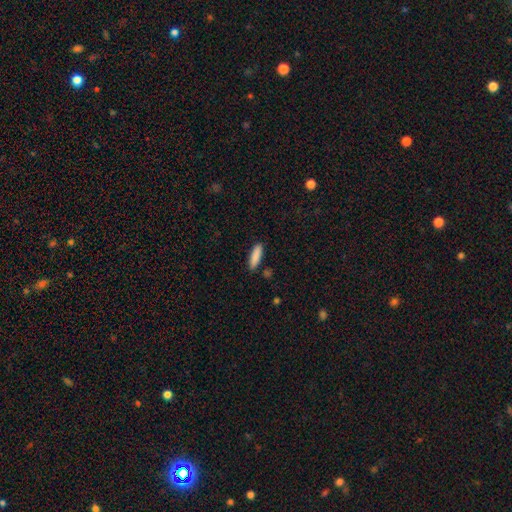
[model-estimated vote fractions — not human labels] A smooth galaxy with no disk features (88%) that is cigar-shaped (62%).

Vote fractions:
- Smooth or featured? smooth: 88% / star or artifact: 6% / featured or disk: 6%
- How rounded? cigar-shaped: 62% / in between: 36% / round: 2%
- Merging? none: 85% / minor disturbance: 10% / merger: 2% / major disturbance: 2%